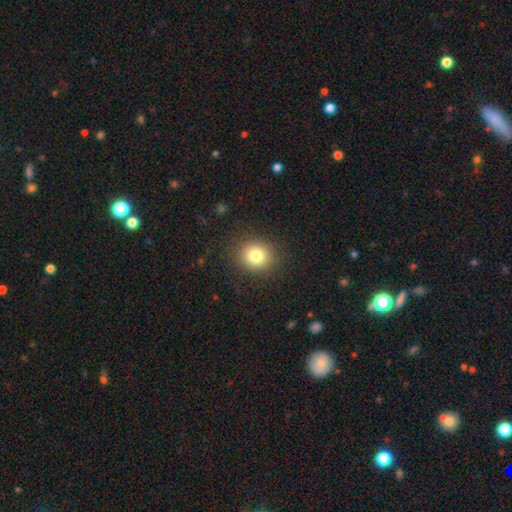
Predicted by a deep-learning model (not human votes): Smooth or featured? smooth (80%)
How rounded? round (81%)
Merging? none (89%)